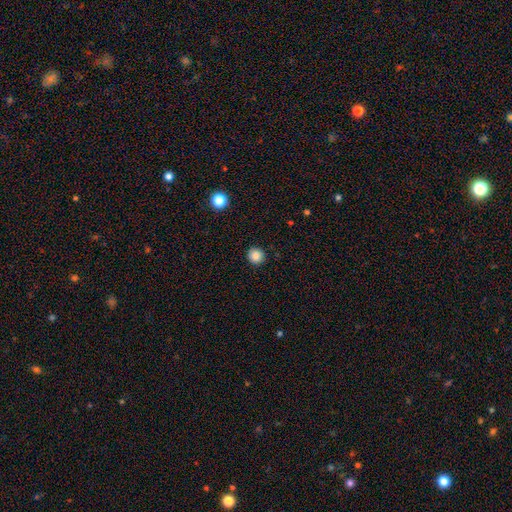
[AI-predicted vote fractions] Smooth or featured? Predicted: smooth (p=0.85). How rounded? Predicted: round (p=0.94). Merging? Predicted: none (p=0.92).